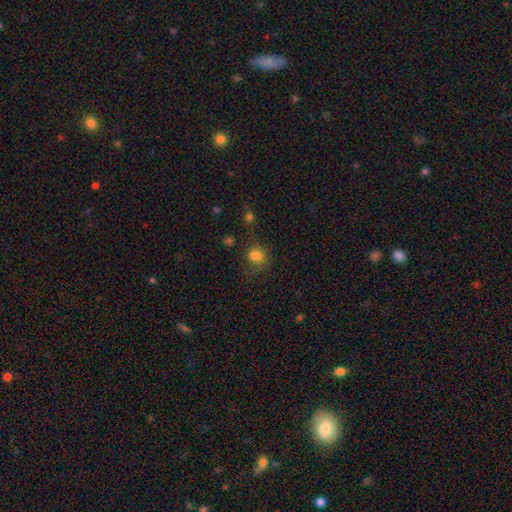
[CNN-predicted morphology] smooth 78%, star or artifact 14%, featured or disk 8%. Down the decision tree: how rounded — round (55%); merging — none (56%).